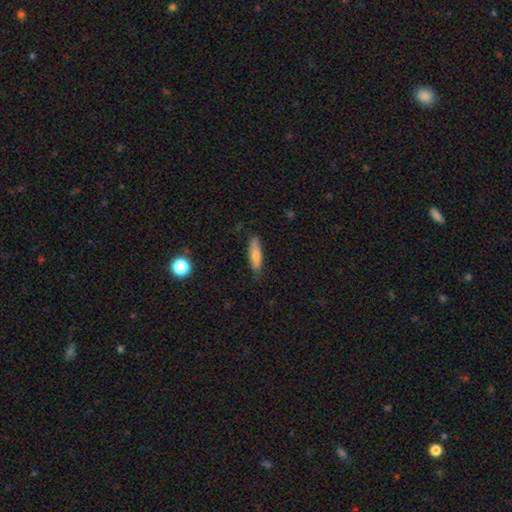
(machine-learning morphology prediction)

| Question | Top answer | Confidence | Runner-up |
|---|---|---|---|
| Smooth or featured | smooth | 78% | featured or disk (15%) |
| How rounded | cigar-shaped | 68% | in between (31%) |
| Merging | none | 79% | minor disturbance (17%) |